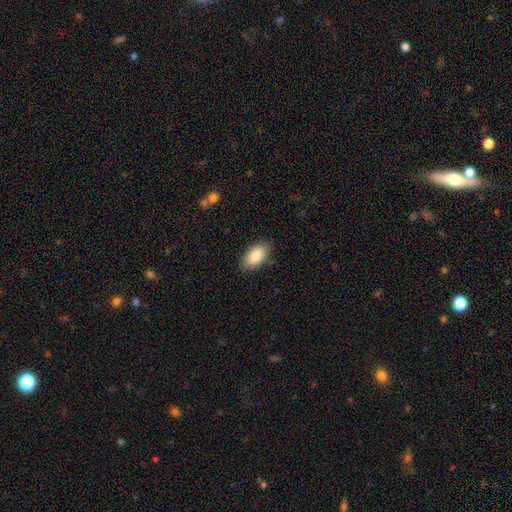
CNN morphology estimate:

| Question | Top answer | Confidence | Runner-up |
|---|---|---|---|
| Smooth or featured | smooth | 86% | featured or disk (8%) |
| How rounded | in between | 94% | round (4%) |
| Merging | none | 85% | minor disturbance (12%) |